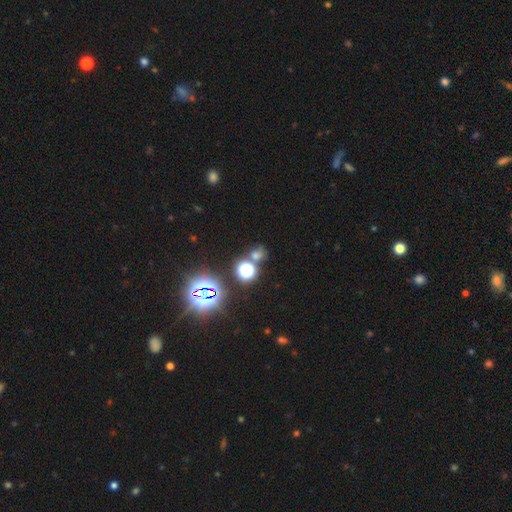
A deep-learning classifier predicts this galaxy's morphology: This appears to be a smooth galaxy with no disk features (48%). Merging: none (62%).